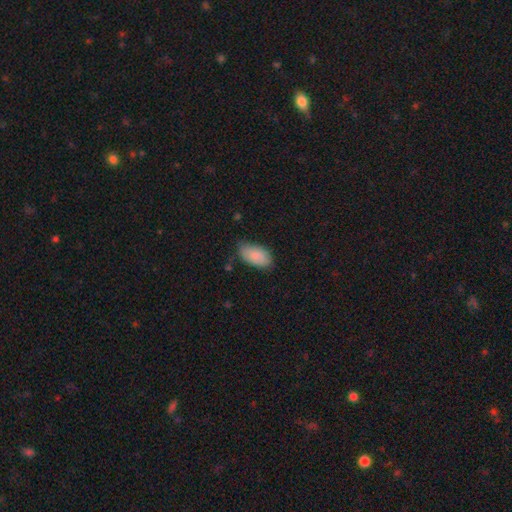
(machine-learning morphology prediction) type=smooth (87%); roundness=in between (94%); merging=none (71%).